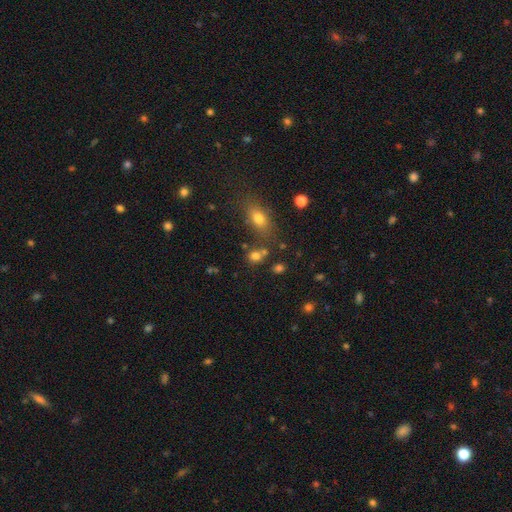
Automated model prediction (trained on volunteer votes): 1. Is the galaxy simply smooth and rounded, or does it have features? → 76% smooth, 16% star or artifact, 8% featured or disk.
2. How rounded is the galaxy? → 66% round, 32% in between, 2% cigar-shaped.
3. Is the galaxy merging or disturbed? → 63% none, 19% merger, 12% minor disturbance, 5% major disturbance.